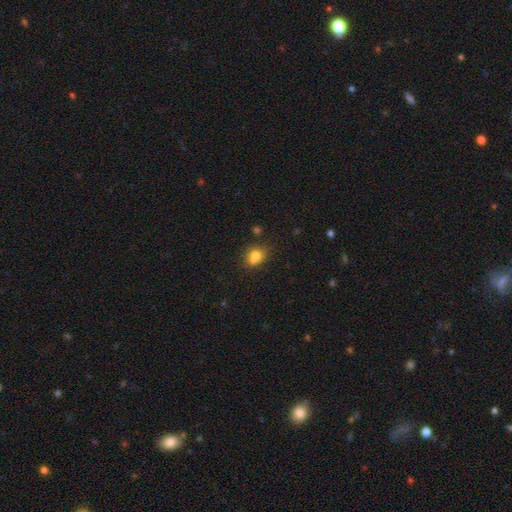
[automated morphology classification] smooth-or-featured: smooth: 76% | featured or disk: 12% | star or artifact: 12%
  how-rounded: round: 61% | in between: 38% | cigar-shaped: 1%
  merging: none: 53% | merger: 24% | minor disturbance: 17% | major disturbance: 5%